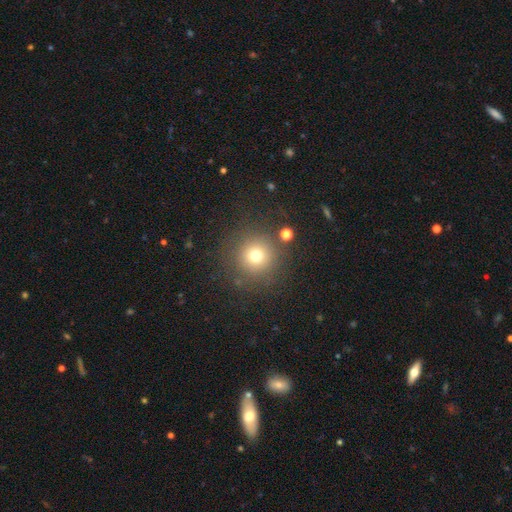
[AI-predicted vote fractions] This appears to be a smooth galaxy with no disk features (72%) that is round (95%). Merging: none (84%).